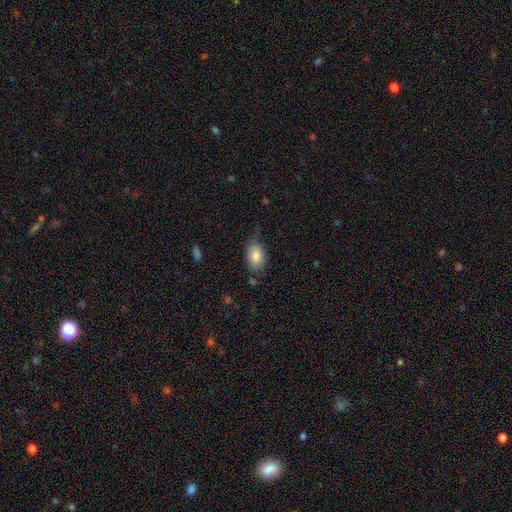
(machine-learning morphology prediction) Smooth or featured? Predicted: smooth (p=0.84). How rounded? Predicted: in between (p=0.91). Merging? Predicted: none (p=0.69).